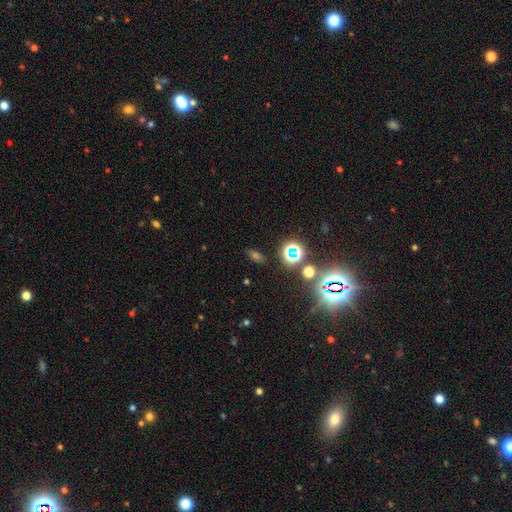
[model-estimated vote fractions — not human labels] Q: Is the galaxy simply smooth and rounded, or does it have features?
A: star or artifact — 54%.